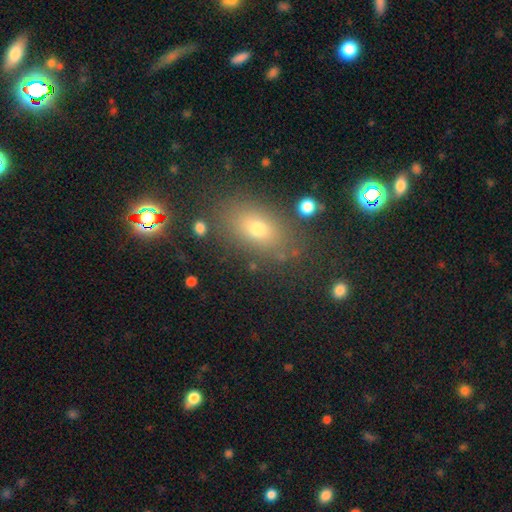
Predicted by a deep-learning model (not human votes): Smooth or featured? Predicted: smooth (p=0.57). How rounded? Predicted: in between (p=0.76). Merging? Predicted: none (p=0.83).